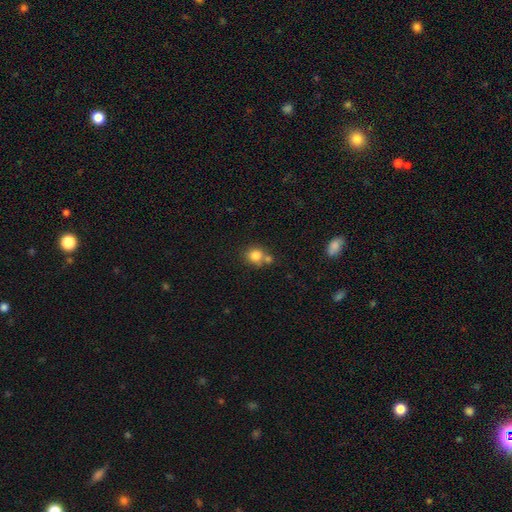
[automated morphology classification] This is clearly a smooth galaxy (82%). How rounded: clearly round (81%). Merging: possibly none (53%).